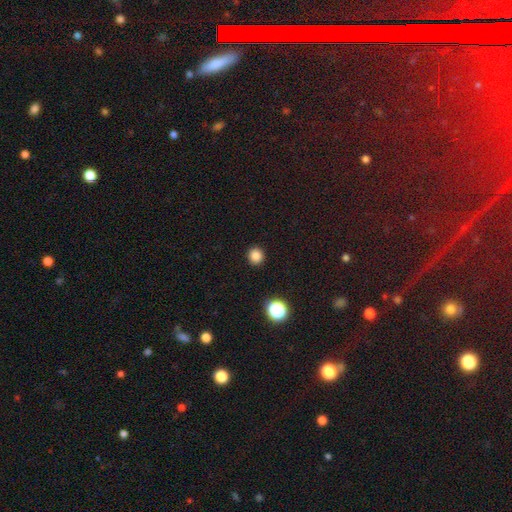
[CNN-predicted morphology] Smooth or featured? smooth (84%)
How rounded? round (91%)
Merging? none (93%)